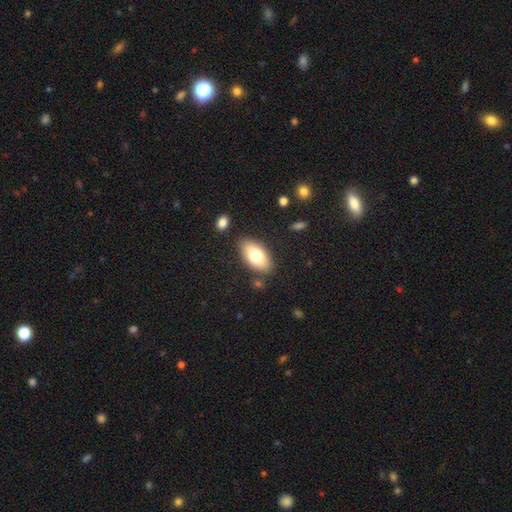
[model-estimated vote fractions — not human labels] This is likely a smooth galaxy (74%). How rounded: clearly in between (93%). Merging: clearly none (83%).